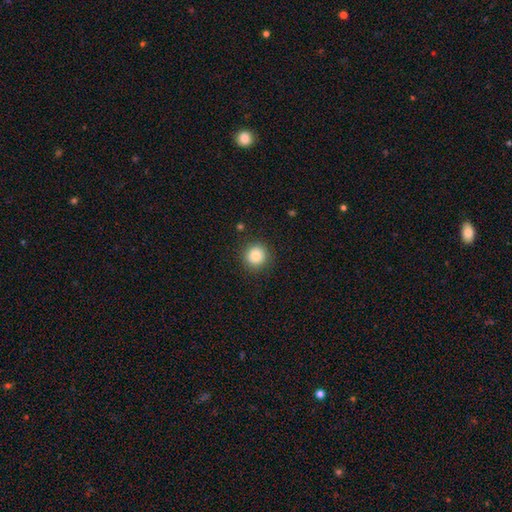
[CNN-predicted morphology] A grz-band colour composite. It shows a smooth galaxy with no disk features (82%) that is round (94%). Merging: none (89%).